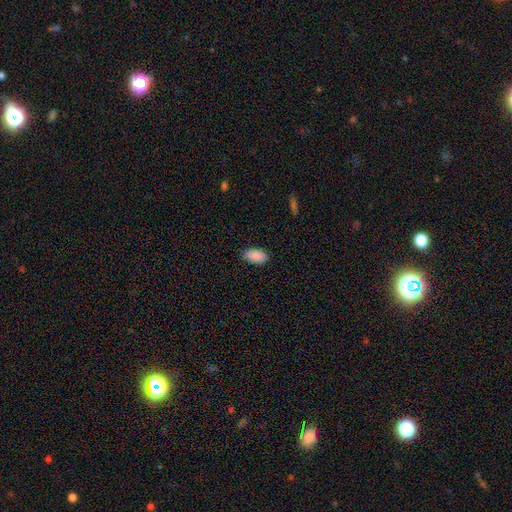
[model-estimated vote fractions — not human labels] The model was most divided on "merging": none: 85%, minor disturbance: 12%, major disturbance: 2%, merger: 1%. More confident: how rounded — in between (94%); smooth or featured — smooth (90%).